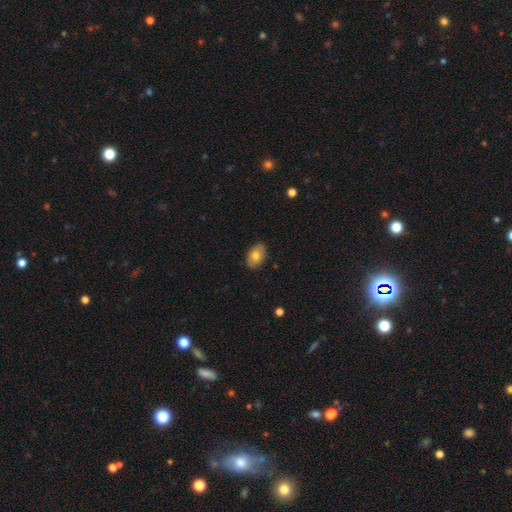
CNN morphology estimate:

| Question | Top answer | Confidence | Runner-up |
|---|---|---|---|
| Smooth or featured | smooth | 77% | featured or disk (16%) |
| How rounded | in between | 88% | round (11%) |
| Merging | none | 87% | minor disturbance (10%) |